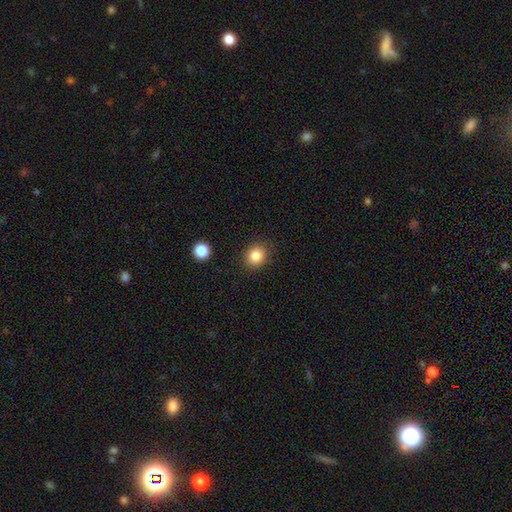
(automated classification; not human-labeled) A smooth galaxy with no disk features (84%) that is round (75%).

Vote fractions:
- Smooth or featured? smooth: 84% / star or artifact: 11% / featured or disk: 5%
- How rounded? round: 75% / in between: 24% / cigar-shaped: 1%
- Merging? none: 88% / minor disturbance: 8% / major disturbance: 2% / merger: 2%